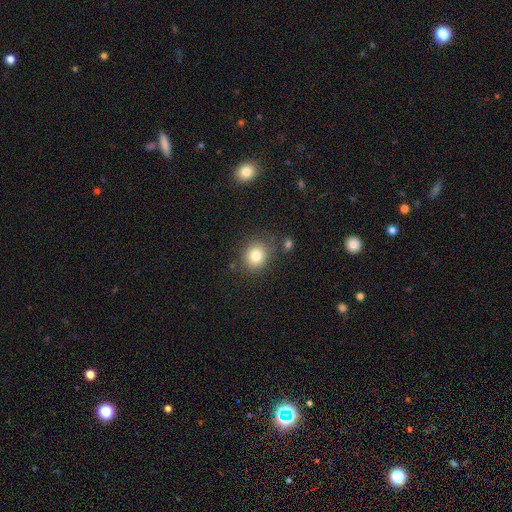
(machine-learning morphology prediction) Smooth or featured?
  - smooth: 81% *
  - star or artifact: 11%
  - featured or disk: 8%
How rounded?
  - round: 80% *
  - in between: 19%
  - cigar-shaped: 1%
Merging?
  - none: 81% *
  - minor disturbance: 11%
  - merger: 4%
  - major disturbance: 4%